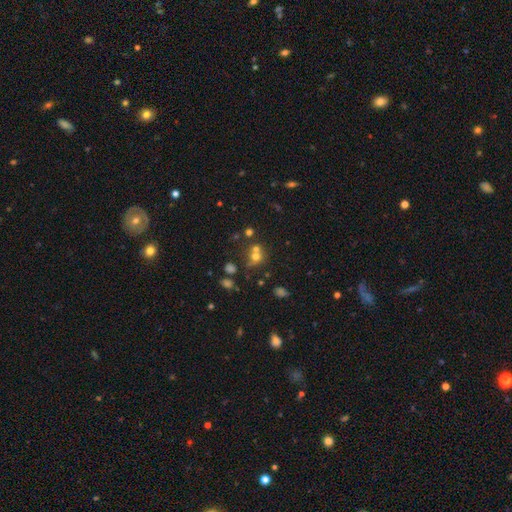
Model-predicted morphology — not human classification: This appears to be a smooth galaxy with no disk features (60%) that is round (78%). Merging: merger (43%).